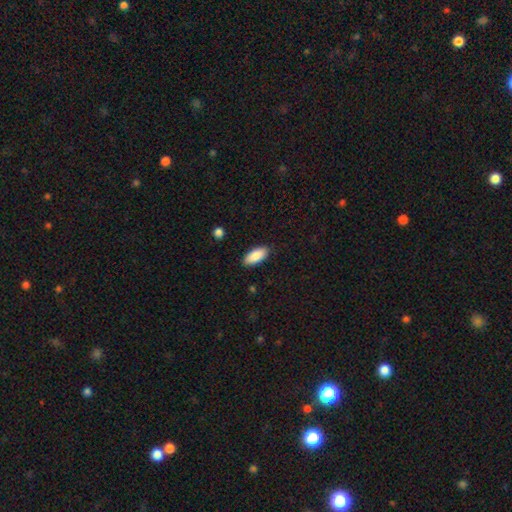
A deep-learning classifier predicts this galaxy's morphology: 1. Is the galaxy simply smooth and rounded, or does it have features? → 89% smooth, 6% star or artifact, 5% featured or disk.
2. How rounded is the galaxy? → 88% in between, 10% cigar-shaped, 2% round.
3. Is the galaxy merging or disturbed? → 88% none, 9% minor disturbance, 2% major disturbance, 1% merger.